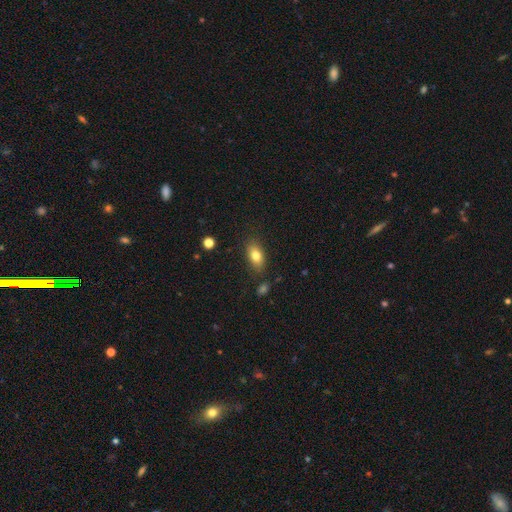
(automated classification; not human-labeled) smooth_or_featured: smooth (p=0.80) [alt: featured or disk p=0.11]
how_rounded: in between (p=0.86) [alt: round p=0.08]
merging: none (p=0.82) [alt: minor disturbance p=0.12]